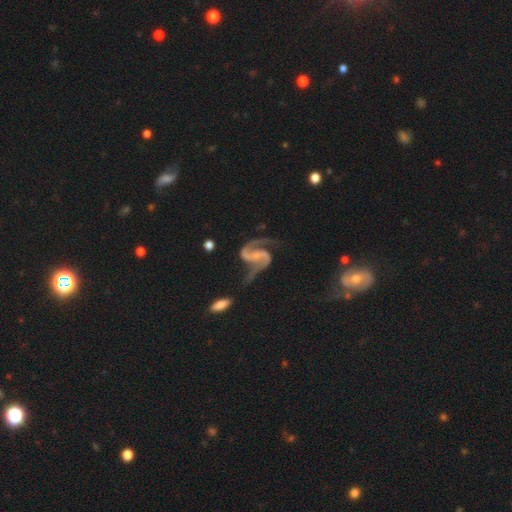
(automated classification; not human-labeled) This is clearly a featured or disk galaxy (93%). It is clearly not viewed edge-on (98%). Bar: marginally weak (39%). Spiral arm pattern: clearly yes (98%). Spiral arm count: clearly 2 (93%). Spiral winding: possibly medium (50%). Central bulge: marginally none (41%, tied with small). Merging: possibly none (58%).